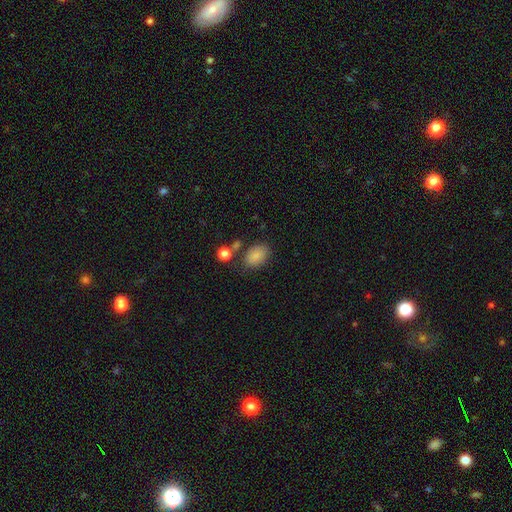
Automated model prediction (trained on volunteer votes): Morphology: type=smooth (85%); roundness=in between (83%); merging=none (71%).